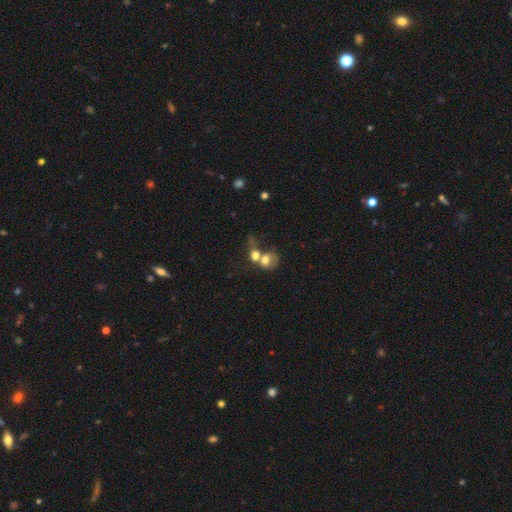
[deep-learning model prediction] The model was most divided on "how rounded": round: 51%, in between: 46%, cigar-shaped: 3%. More confident: merging — merger (66%); smooth or featured — smooth (63%).